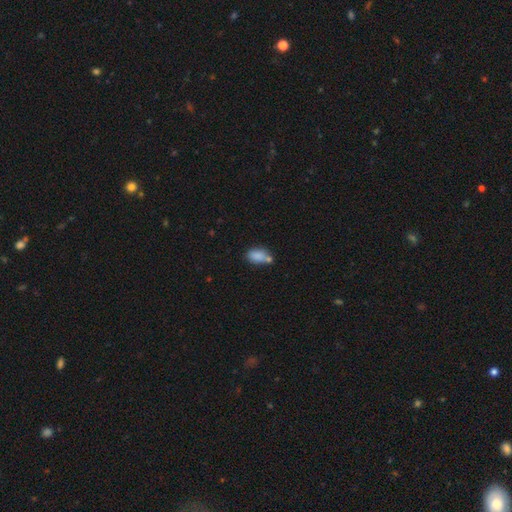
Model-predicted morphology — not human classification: Smooth or featured? Predicted: smooth (p=0.81). How rounded? Predicted: in between (p=0.85). Merging? Predicted: none (p=0.46).